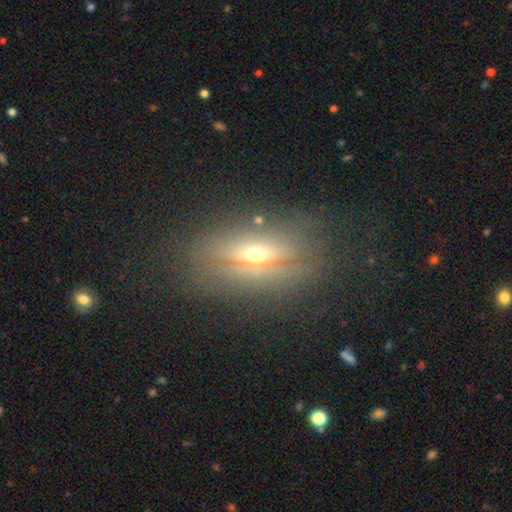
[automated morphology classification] The model was most divided on "smooth or featured": featured or disk: 55%, smooth: 33%, star or artifact: 13%. More confident: merging — none (76%); edge-on disk — yes (73%).